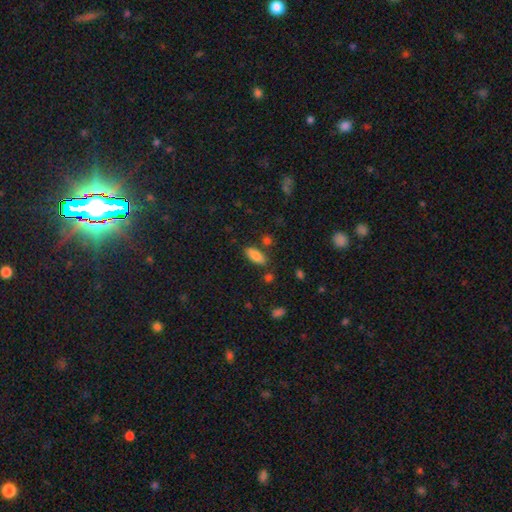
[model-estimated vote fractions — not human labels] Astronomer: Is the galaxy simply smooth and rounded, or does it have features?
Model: smooth — 80%.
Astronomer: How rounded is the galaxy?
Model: in between — 84%.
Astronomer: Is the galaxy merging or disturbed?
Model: none — 78%.